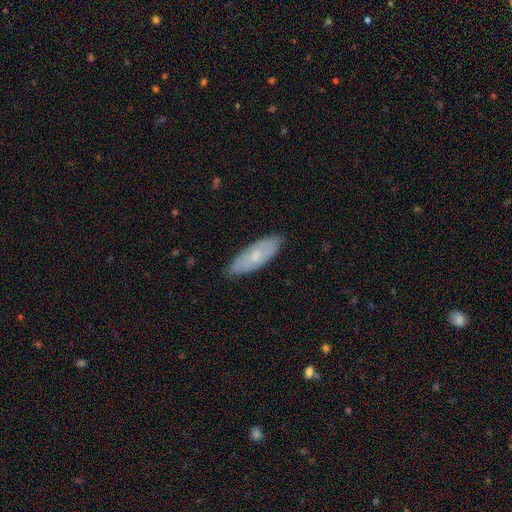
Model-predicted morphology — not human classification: This is possibly a smooth galaxy (60%). How rounded: likely in between (66%). Merging: clearly none (84%).